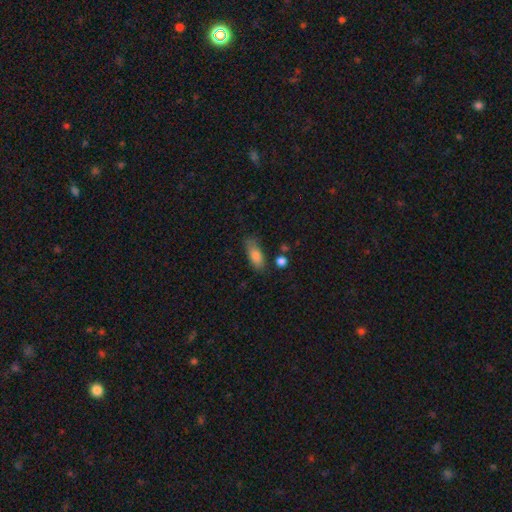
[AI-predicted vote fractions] smooth 82%, featured or disk 10%, star or artifact 8%. Down the decision tree: how rounded — in between (79%); merging — none (64%).